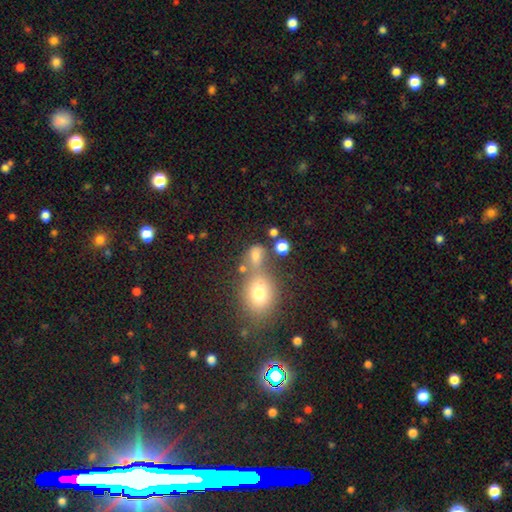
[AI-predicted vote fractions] smooth-or-featured: smooth: 70% | star or artifact: 17% | featured or disk: 12%
  how-rounded: in between: 61% | round: 35% | cigar-shaped: 3%
  merging: none: 40% | merger: 35% | minor disturbance: 14% | major disturbance: 11%